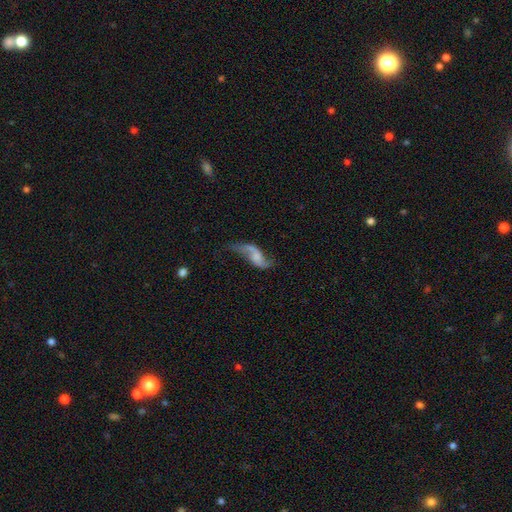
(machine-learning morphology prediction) smooth_or_featured: featured or disk (p=0.78) [alt: smooth p=0.15]
disk_edge_on: no (p=0.95) [alt: yes p=0.05]
bar: no (p=0.52) [alt: weak p=0.37]
has_spiral_arms: yes (p=0.92) [alt: no p=0.08]
spiral_winding: loose (p=0.87) [alt: medium p=0.10]
spiral_arm_count: 2 (p=0.89) [alt: 1 p=0.06]
bulge_size: none (p=0.52) [alt: small p=0.24]
merging: none (p=0.51) [alt: major disturbance p=0.21]